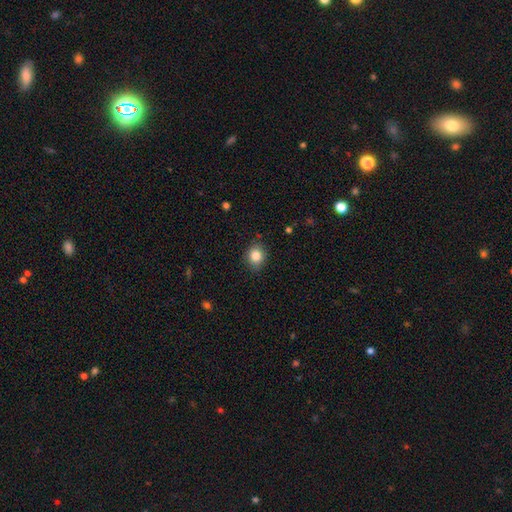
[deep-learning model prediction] The model was most divided on "how rounded": round: 61%, in between: 39%, cigar-shaped: 1%. More confident: merging — none (85%); smooth or featured — smooth (85%).